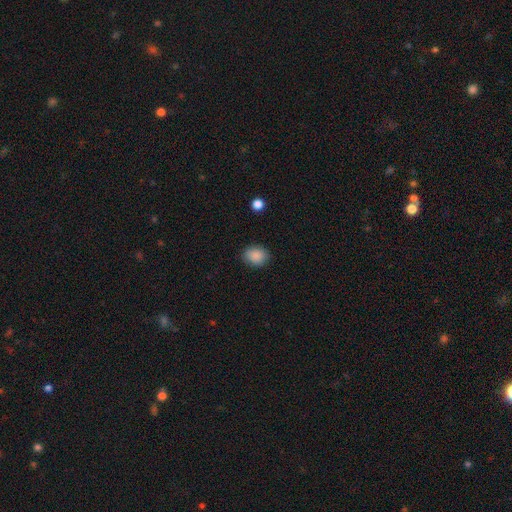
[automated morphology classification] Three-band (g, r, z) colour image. It shows a smooth galaxy with no disk features (88%) that is in between round and cigar-shaped (51%). Merging: none (84%).